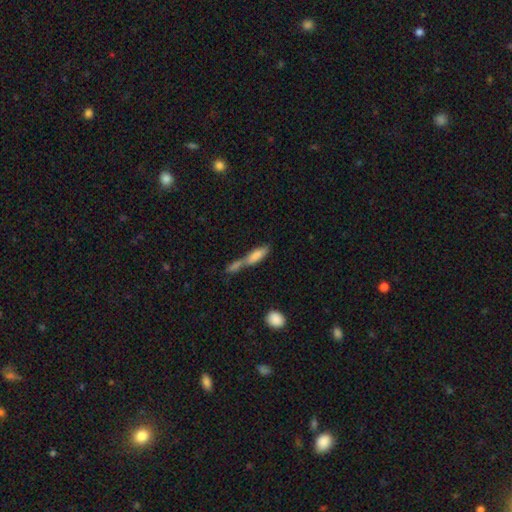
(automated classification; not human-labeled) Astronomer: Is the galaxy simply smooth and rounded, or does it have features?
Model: smooth — 73%.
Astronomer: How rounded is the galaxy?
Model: cigar-shaped — 51% (runner-up: in between, 46%).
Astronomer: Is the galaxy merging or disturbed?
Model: merger — 65%.